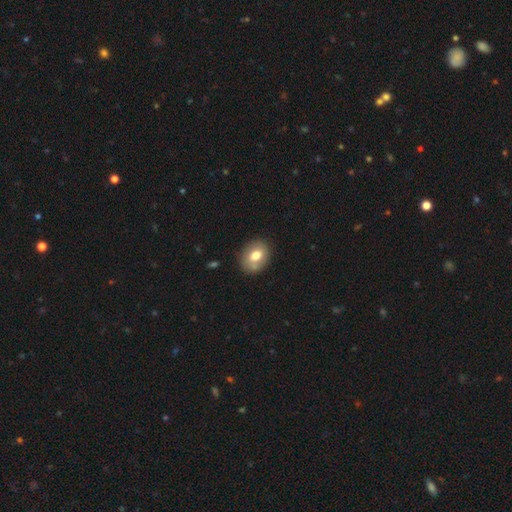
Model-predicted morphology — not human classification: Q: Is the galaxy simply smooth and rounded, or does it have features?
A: smooth — 71%.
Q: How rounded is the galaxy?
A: in between — 61%.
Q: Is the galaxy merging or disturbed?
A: none — 75%.